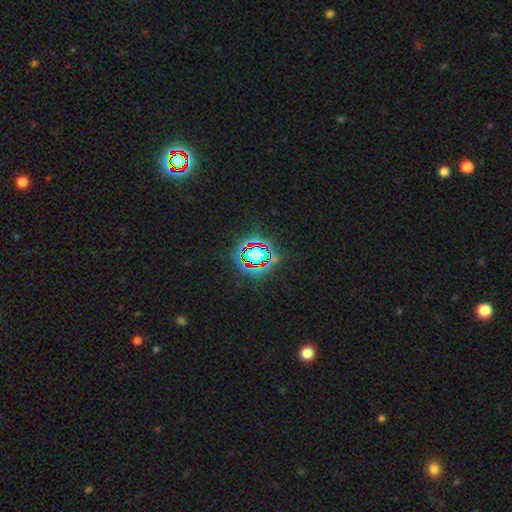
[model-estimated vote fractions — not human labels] Smooth or featured?
  - star or artifact: 76% *
  - smooth: 14%
  - featured or disk: 10%